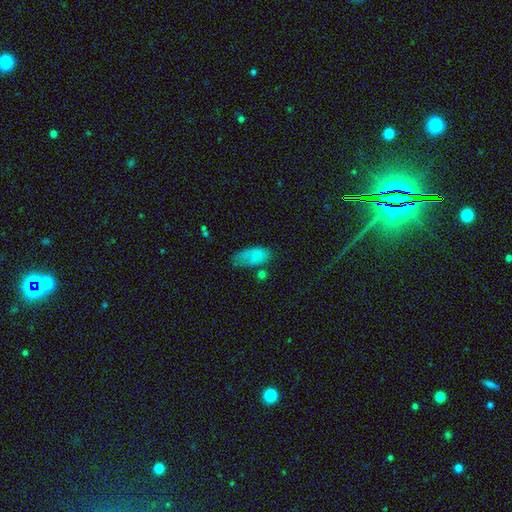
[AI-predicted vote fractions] This is likely a smooth galaxy (77%). How rounded: clearly in between (88%). Merging: marginally none (42%).